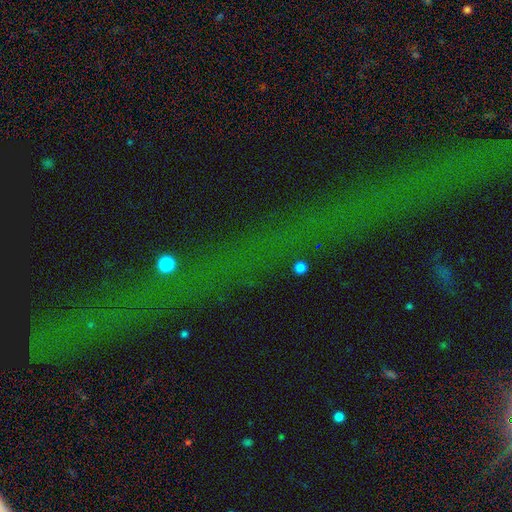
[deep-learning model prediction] Morphology: type=star or artifact (72%).